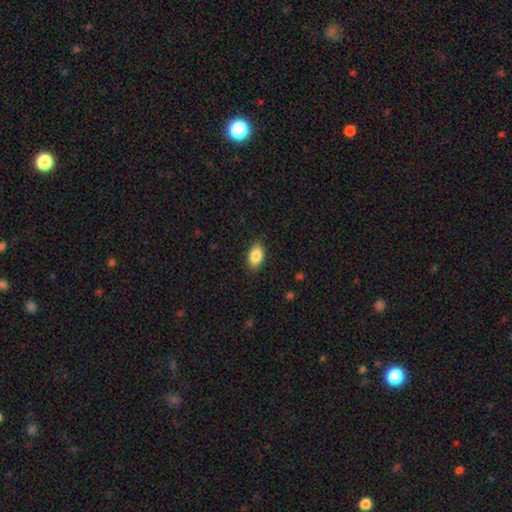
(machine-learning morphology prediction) Smooth or featured? Predicted: smooth (p=0.87). How rounded? Predicted: in between (p=0.91). Merging? Predicted: none (p=0.87).